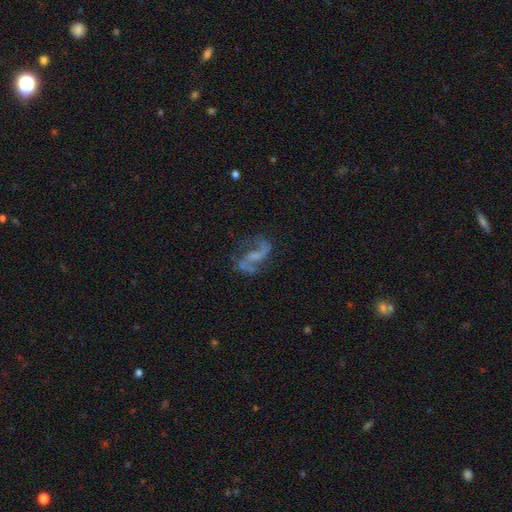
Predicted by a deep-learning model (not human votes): A featured or disk galaxy (88%) with a weak bar (46%), 2 (93%) loose (63%) spiral arms (96%) and no central bulge (43%).

Vote fractions:
- Smooth or featured? featured or disk: 88% / star or artifact: 6% / smooth: 6%
- Edge-on disk? no: 98% / yes: 2%
- Bar? weak: 46% / no: 34% / strong: 20%
- Spiral arms? yes: 96% / no: 4%
- Spiral winding? loose: 63% / medium: 31% / tight: 6%
- Spiral arm count? 2: 93% / 1: 2% / can't tell: 2% / 3: 1% / 4: 1% / more than 4: 1%
- Bulge size? none: 43% / small: 37% / moderate: 17% / large: 2% / dominant: 1%
- Merging? none: 69% / minor disturbance: 16% / major disturbance: 12% / merger: 3%